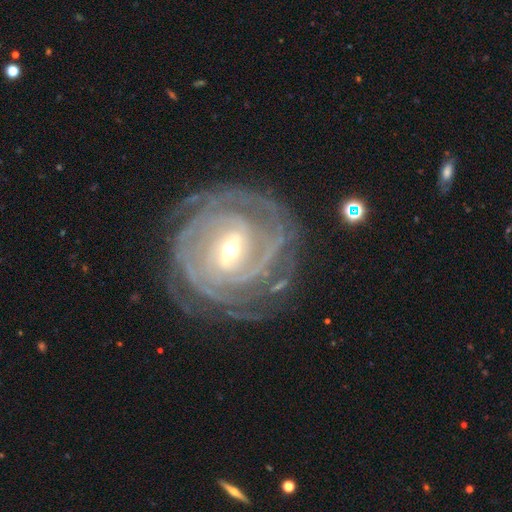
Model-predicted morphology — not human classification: smooth-or-featured: featured or disk: 91% | star or artifact: 5% | smooth: 4%
  disk-edge-on: no: 96% | yes: 4%
    bar: strong: 49% | weak: 39% | no: 12%
    has-spiral-arms: yes: 98% | no: 2%
      spiral-winding: tight: 84% | medium: 14% | loose: 2%
      spiral-arm-count: can't tell: 24% | 4: 22% | 3: 21% | 2: 17% | more than 4: 10% | 1: 7%
    bulge-size: moderate: 52% | small: 43% | large: 3% | none: 1% | dominant: 1%
  merging: none: 80% | minor disturbance: 13% | major disturbance: 6% | merger: 1%